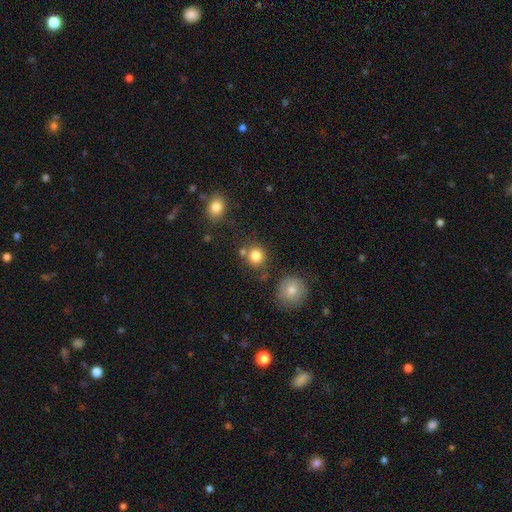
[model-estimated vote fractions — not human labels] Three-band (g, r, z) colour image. It shows a smooth galaxy with no disk features (82%) that is round (88%). Merging: none (74%).